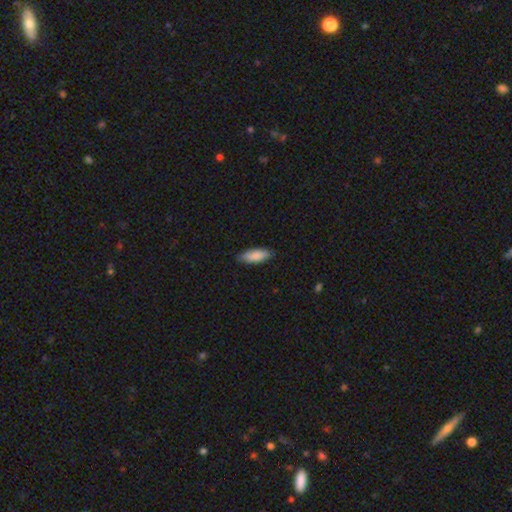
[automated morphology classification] Smooth or featured: smooth — 86% (featured or disk — 8%)
How rounded: in between — 73% (cigar-shaped — 25%)
Merging: none — 85% (minor disturbance — 12%)